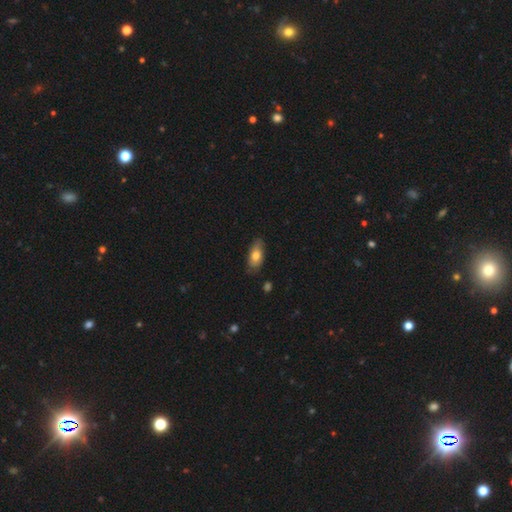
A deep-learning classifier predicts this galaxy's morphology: Smooth or featured: smooth — 74% (featured or disk — 19%)
How rounded: in between — 87% (cigar-shaped — 9%)
Merging: none — 76% (minor disturbance — 20%)